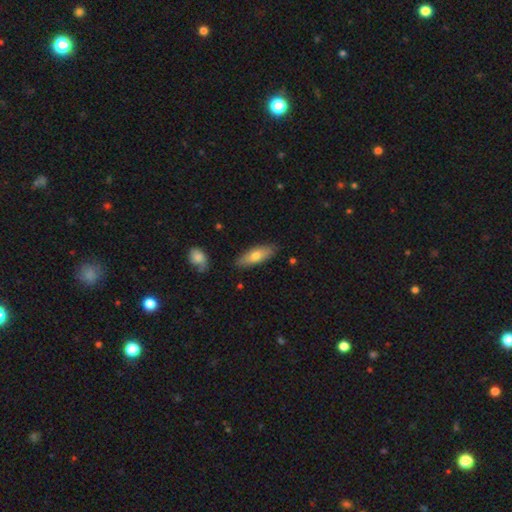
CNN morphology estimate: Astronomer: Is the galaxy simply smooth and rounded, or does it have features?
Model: smooth — 68%.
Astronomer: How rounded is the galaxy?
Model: in between — 62%.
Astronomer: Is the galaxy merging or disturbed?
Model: none — 83%.